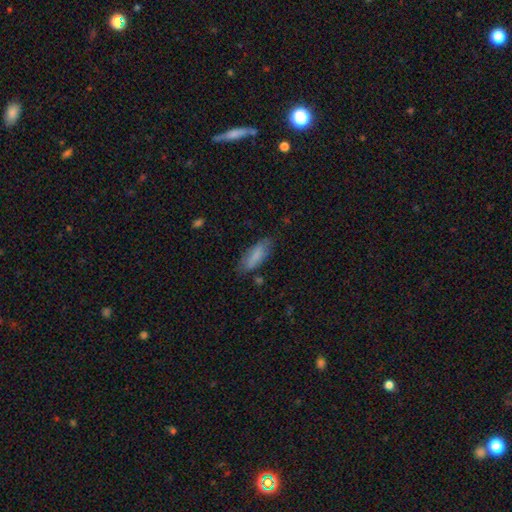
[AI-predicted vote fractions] Overall: smooth (81%). How rounded: in between (60%; cigar-shaped 38%). Merging: none (74%).